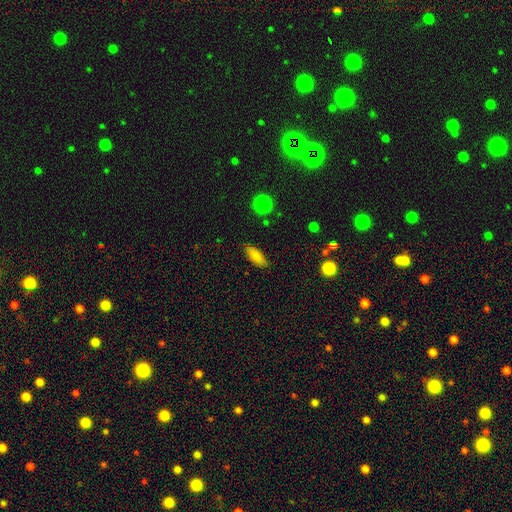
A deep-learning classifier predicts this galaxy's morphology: smooth 85%, star or artifact 8%, featured or disk 7%. Down the decision tree: how rounded — in between (74%); merging — none (85%).